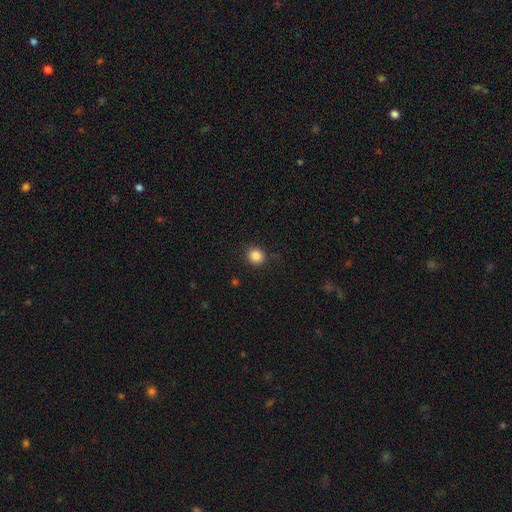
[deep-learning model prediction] smooth_or_featured: smooth (p=0.86) [alt: star or artifact p=0.10]
how_rounded: round (p=0.83) [alt: in between p=0.16]
merging: none (p=0.88) [alt: minor disturbance p=0.09]